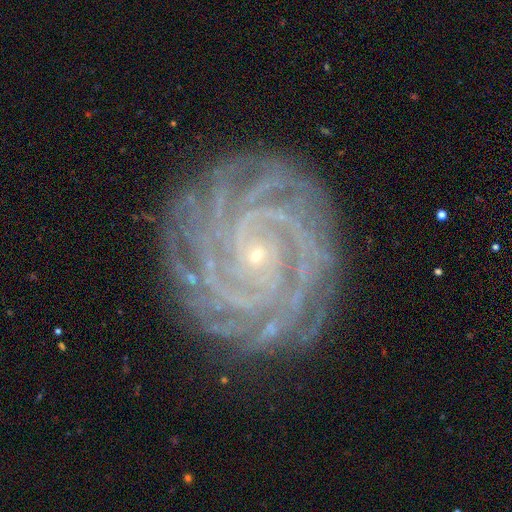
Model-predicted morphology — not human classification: Smooth or featured?
  - featured or disk: 91% *
  - star or artifact: 6%
  - smooth: 3%
Edge-on disk?
  - no: 98% *
  - yes: 2%
Bar?
  - no: 72% *
  - weak: 17%
  - strong: 11%
Spiral arms?
  - yes: 99% *
  - no: 1%
Spiral winding?
  - tight: 88% *
  - medium: 10%
  - loose: 2%
Spiral arm count?
  - more than 4: 25% *
  - 4: 23%
  - can't tell: 15%
  - 3: 15%
  - 2: 12%
  - 1: 9%
Bulge size?
  - small: 89% *
  - moderate: 8%
  - none: 1%
  - large: 1%
  - dominant: 1%
Merging?
  - none: 85% *
  - minor disturbance: 11%
  - major disturbance: 3%
  - merger: 1%